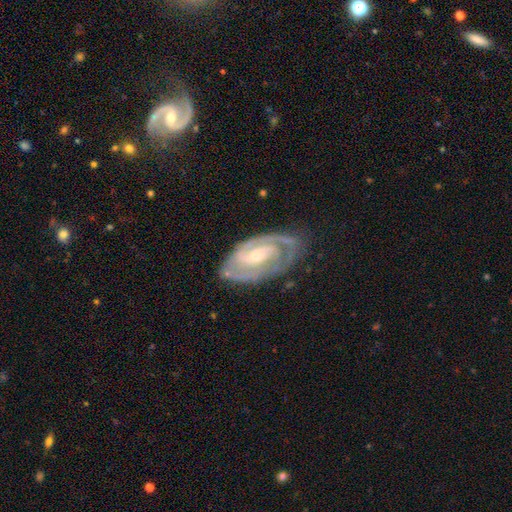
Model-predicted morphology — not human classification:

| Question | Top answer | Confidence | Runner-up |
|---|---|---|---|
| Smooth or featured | featured or disk | 88% | smooth (7%) |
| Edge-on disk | no | 95% | yes (5%) |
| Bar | weak | 42% | no (37%) |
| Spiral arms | yes | 96% | no (4%) |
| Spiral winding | tight | 60% | medium (33%) |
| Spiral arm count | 2 | 65% | can't tell (14%) |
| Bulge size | small | 64% | moderate (32%) |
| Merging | none | 73% | minor disturbance (19%) |